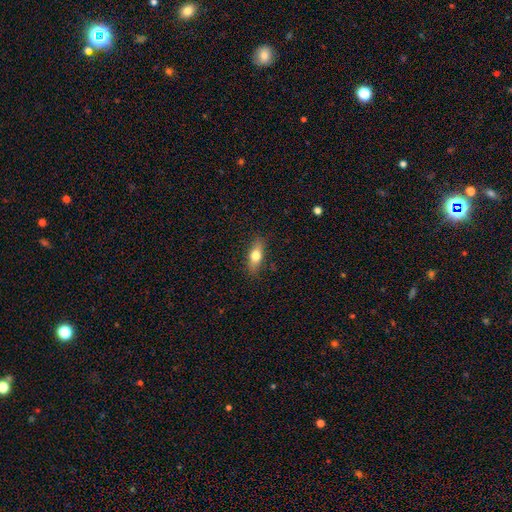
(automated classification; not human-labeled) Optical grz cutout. It shows a smooth galaxy with no disk features (68%) that is in between round and cigar-shaped (66%). Merging: none (85%).